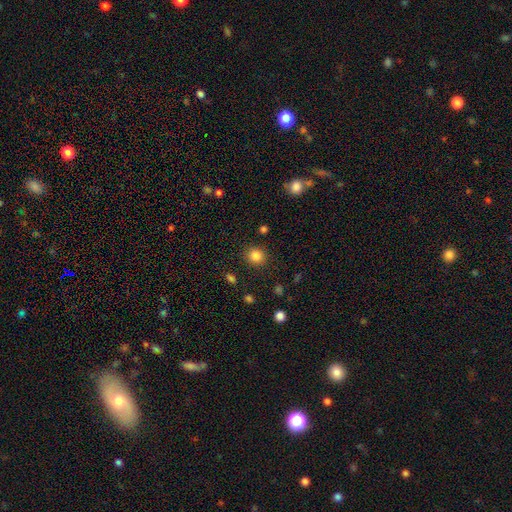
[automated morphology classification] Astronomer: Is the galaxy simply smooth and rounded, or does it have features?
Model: smooth — 84%.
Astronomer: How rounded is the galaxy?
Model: round — 86%.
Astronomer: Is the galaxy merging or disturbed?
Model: none — 89%.